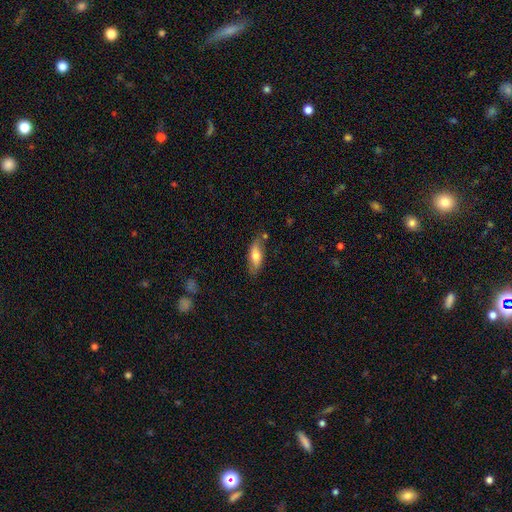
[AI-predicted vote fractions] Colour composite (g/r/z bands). It shows a smooth galaxy with no disk features (66%) that is in between round and cigar-shaped (72%). Merging: none (76%).